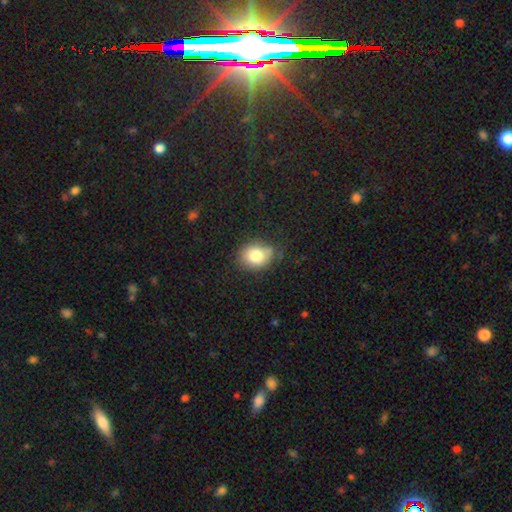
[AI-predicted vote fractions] Smooth or featured: smooth — 79% (featured or disk — 11%)
How rounded: round — 59% (in between — 40%)
Merging: none — 66% (minor disturbance — 23%)